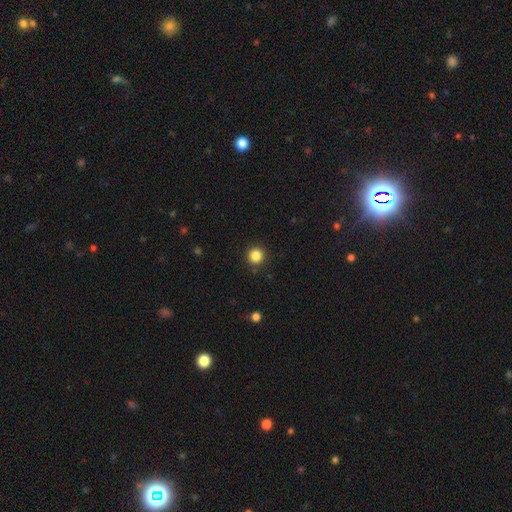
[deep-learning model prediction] smooth 85%, star or artifact 11%, featured or disk 4%. Down the decision tree: how rounded — round (95%); merging — none (91%).